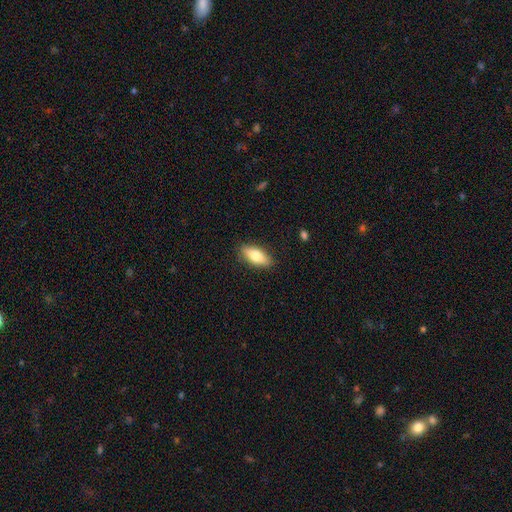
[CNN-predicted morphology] smooth 76%, featured or disk 17%, star or artifact 7%. Down the decision tree: how rounded — in between (80%); merging — none (86%).